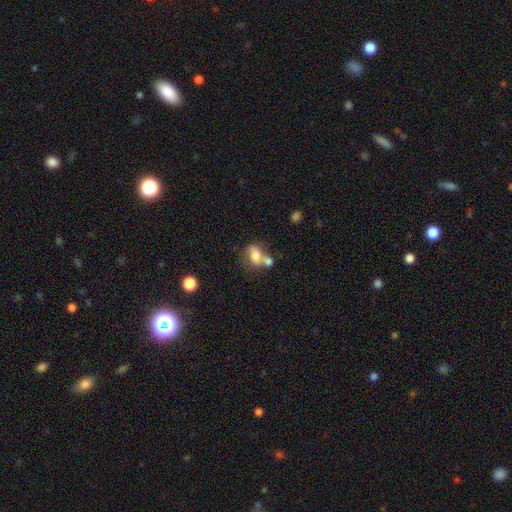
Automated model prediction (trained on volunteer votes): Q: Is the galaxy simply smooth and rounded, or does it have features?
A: smooth — 69%.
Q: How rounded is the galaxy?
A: in between — 71%.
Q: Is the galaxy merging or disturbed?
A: merger — 48%.